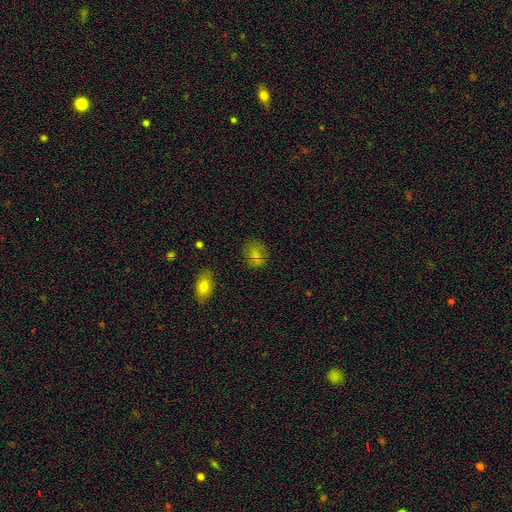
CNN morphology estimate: smooth 75%, star or artifact 15%, featured or disk 10%. Down the decision tree: how rounded — round (55%); merging — none (78%).